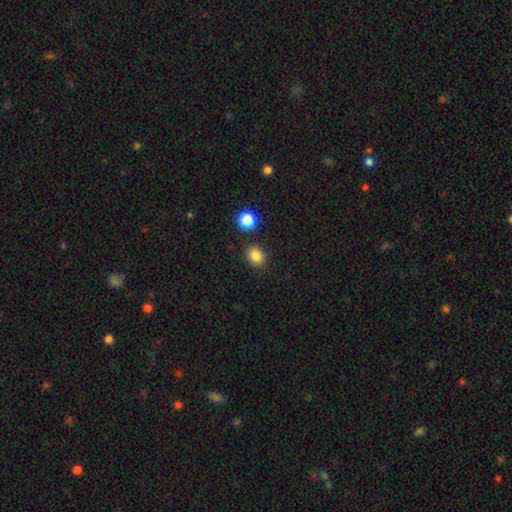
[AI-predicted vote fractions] smooth_or_featured: smooth (p=0.84) [alt: star or artifact p=0.11]
how_rounded: round (p=0.56) [alt: in between p=0.43]
merging: none (p=0.86) [alt: minor disturbance p=0.08]